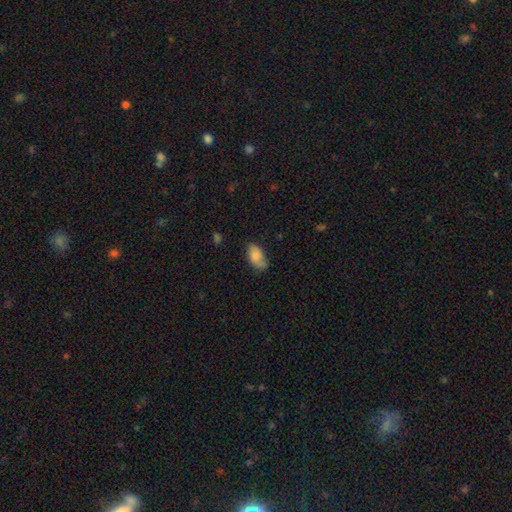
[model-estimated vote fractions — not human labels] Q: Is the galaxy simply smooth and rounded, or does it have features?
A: smooth — 78%.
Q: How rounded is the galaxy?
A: in between — 93%.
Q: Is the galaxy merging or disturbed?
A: none — 58%.